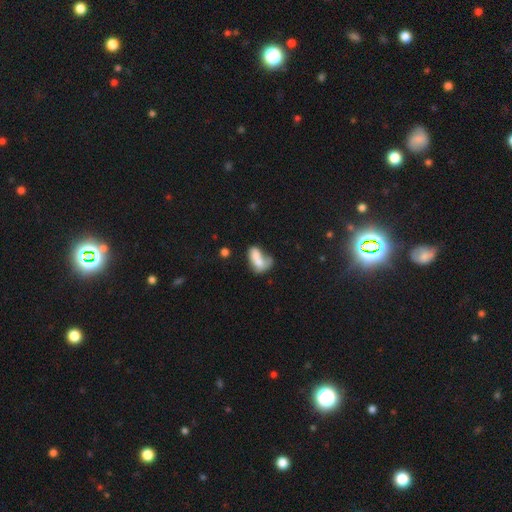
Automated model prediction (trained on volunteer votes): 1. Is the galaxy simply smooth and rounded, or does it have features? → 65% smooth, 25% featured or disk, 9% star or artifact.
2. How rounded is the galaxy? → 84% in between, 10% round, 6% cigar-shaped.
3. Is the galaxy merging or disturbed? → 51% merger, 19% none, 16% major disturbance, 13% minor disturbance.